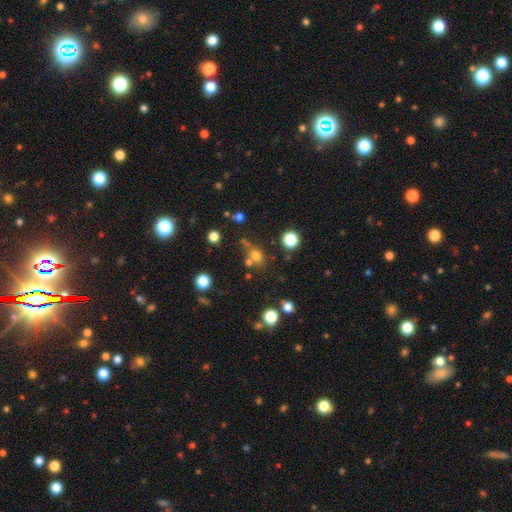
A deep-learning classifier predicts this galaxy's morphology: This appears to be a smooth galaxy with no disk features (68%) that is round (70%). Merging: none (57%).